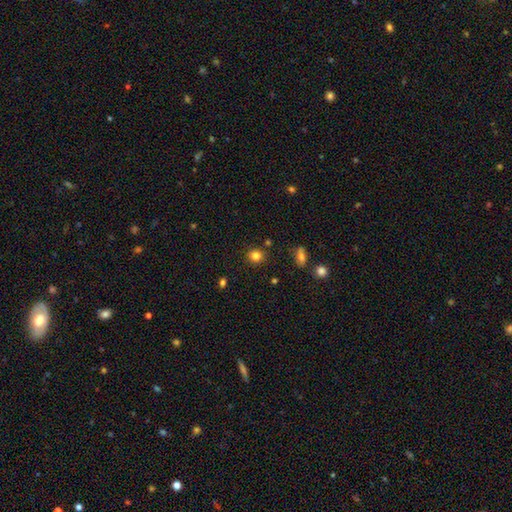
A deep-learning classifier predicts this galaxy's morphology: A smooth galaxy with no disk features (82%) that is round (84%).

Vote fractions:
- Smooth or featured? smooth: 82% / star or artifact: 13% / featured or disk: 6%
- How rounded? round: 84% / in between: 15% / cigar-shaped: 1%
- Merging? none: 87% / minor disturbance: 8% / merger: 3% / major disturbance: 2%